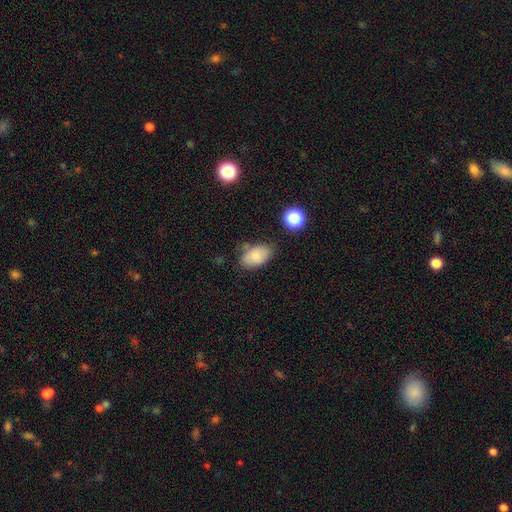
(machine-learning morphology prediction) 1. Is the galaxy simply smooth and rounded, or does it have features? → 76% smooth, 15% featured or disk, 9% star or artifact.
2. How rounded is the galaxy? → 90% in between, 9% round, 2% cigar-shaped.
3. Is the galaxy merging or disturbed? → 62% none, 25% minor disturbance, 7% major disturbance, 6% merger.